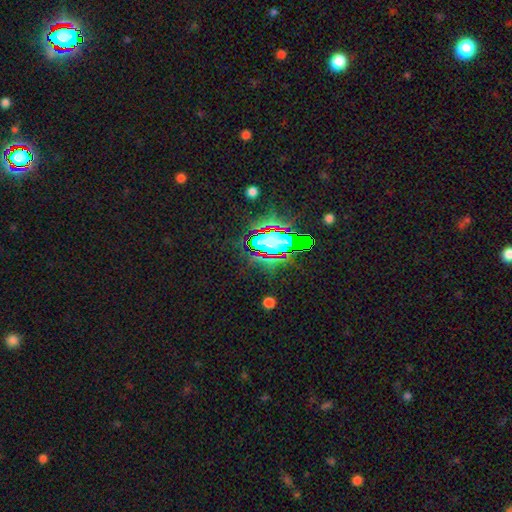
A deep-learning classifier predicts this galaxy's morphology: A star or artifact, not a galaxy (79%).

Vote fractions:
- Smooth or featured? star or artifact: 79% / smooth: 12% / featured or disk: 9%